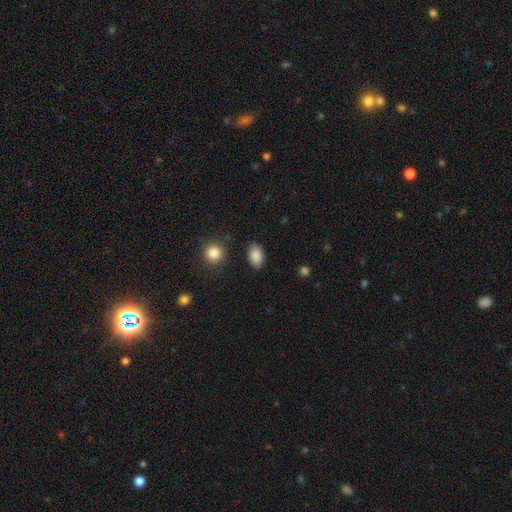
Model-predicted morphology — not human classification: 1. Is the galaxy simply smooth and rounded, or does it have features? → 88% smooth, 8% star or artifact, 4% featured or disk.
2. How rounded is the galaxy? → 89% in between, 10% round, 1% cigar-shaped.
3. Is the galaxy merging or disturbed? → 85% none, 10% minor disturbance, 3% major disturbance, 2% merger.